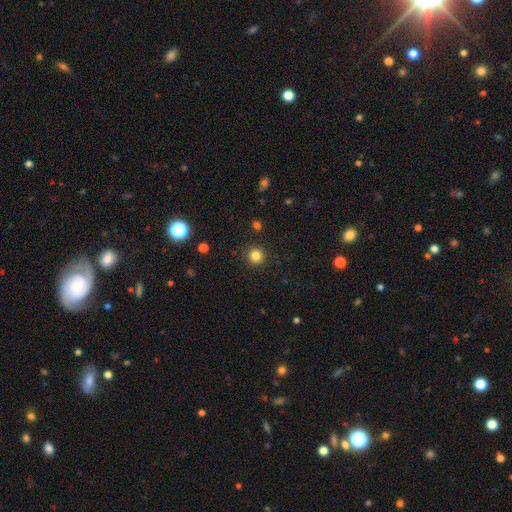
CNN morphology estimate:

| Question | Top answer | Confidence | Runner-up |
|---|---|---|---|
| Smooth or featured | smooth | 84% | star or artifact (12%) |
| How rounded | round | 94% | in between (5%) |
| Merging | none | 92% | minor disturbance (5%) |